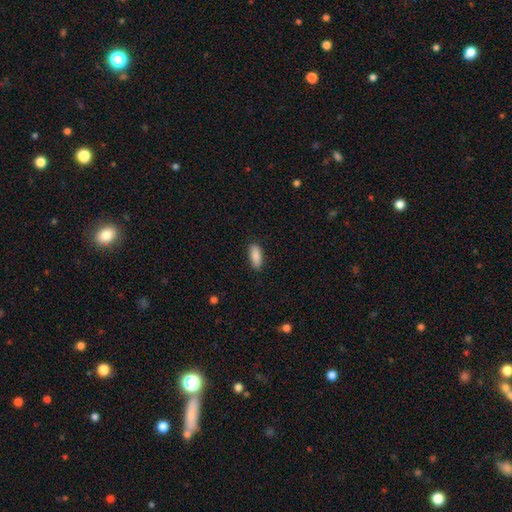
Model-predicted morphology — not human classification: Smooth or featured? smooth (88%)
How rounded? in between (76%)
Merging? none (85%)